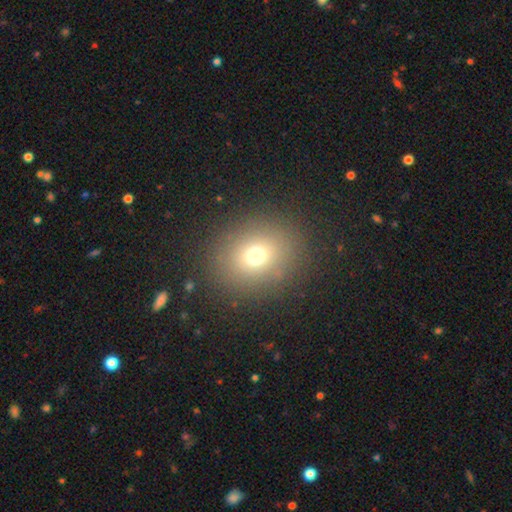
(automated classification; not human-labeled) Morphology: type=smooth (70%); roundness=round (71%); merging=none (87%).